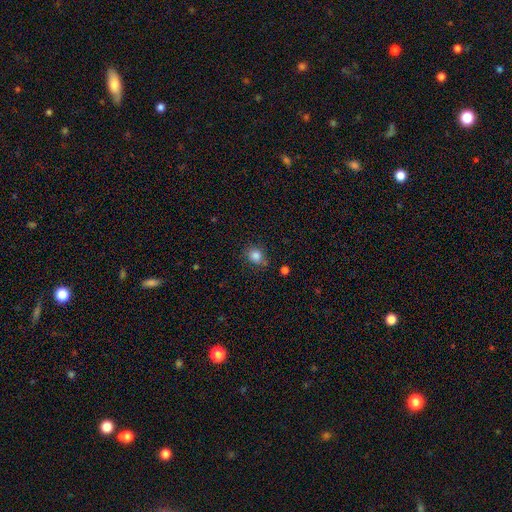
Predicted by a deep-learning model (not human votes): A smooth galaxy with no disk features (84%) that is round (65%). Merging: none (71%).